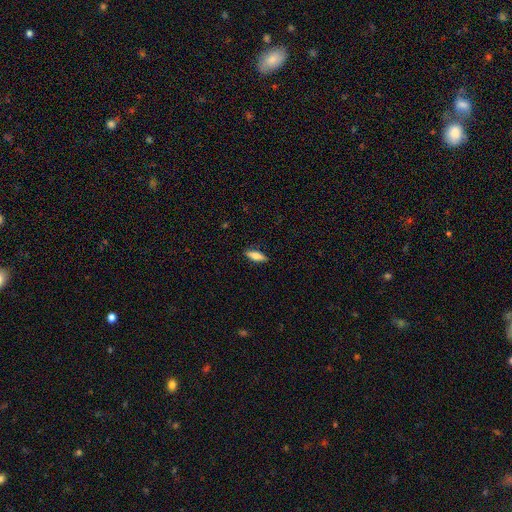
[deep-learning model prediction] A smooth galaxy with no disk features (68%) that is in between round and cigar-shaped (53%).

Vote fractions:
- Smooth or featured? smooth: 68% / featured or disk: 25% / star or artifact: 6%
- How rounded? in between: 53% / cigar-shaped: 44% / round: 2%
- Merging? none: 88% / minor disturbance: 9% / major disturbance: 2% / merger: 1%